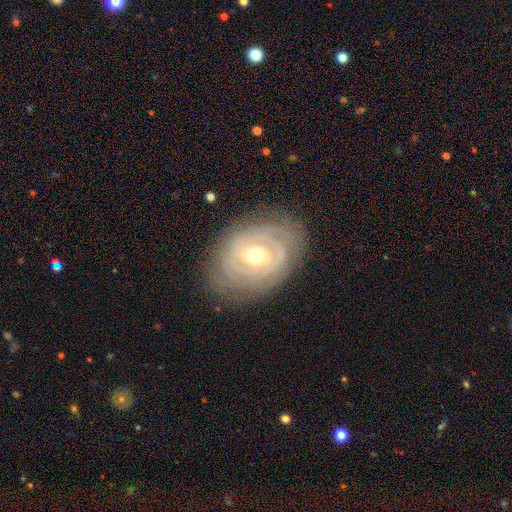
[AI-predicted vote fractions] A featured or disk galaxy (84%) with no bar (46%), tight (79%) spiral arms (92%) and a moderate central bulge (57%).

Vote fractions:
- Smooth or featured? featured or disk: 84% / smooth: 10% / star or artifact: 6%
- Edge-on disk? no: 96% / yes: 4%
- Bar? no: 46% / weak: 39% / strong: 15%
- Spiral arms? yes: 92% / no: 8%
- Spiral winding? tight: 79% / medium: 17% / loose: 4%
- Spiral arm count? can't tell: 37% / 2: 27% / 3: 17% / 4: 8% / 1: 5% / more than 4: 5%
- Bulge size? moderate: 57% / small: 39% / large: 2% / none: 1% / dominant: 1%
- Merging? none: 80% / minor disturbance: 15% / major disturbance: 5% / merger: 1%